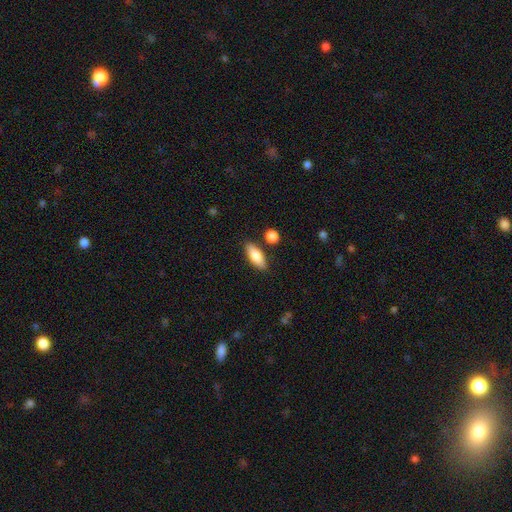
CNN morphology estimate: smooth 80%, featured or disk 14%, star or artifact 6%. Down the decision tree: how rounded — in between (76%); merging — none (83%).